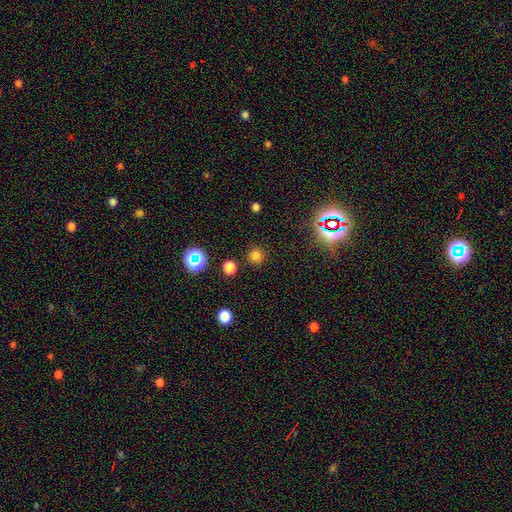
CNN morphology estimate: Overall: smooth (75%). How rounded: round (94%). Merging: none (89%).